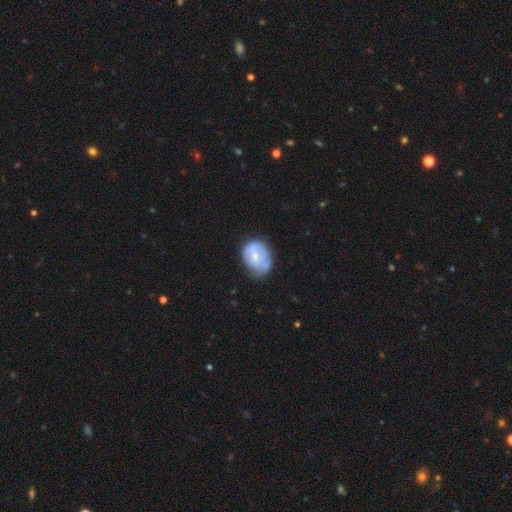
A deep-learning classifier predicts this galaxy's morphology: This appears to be a smooth galaxy with no disk features (50%). Merging: none (50%).